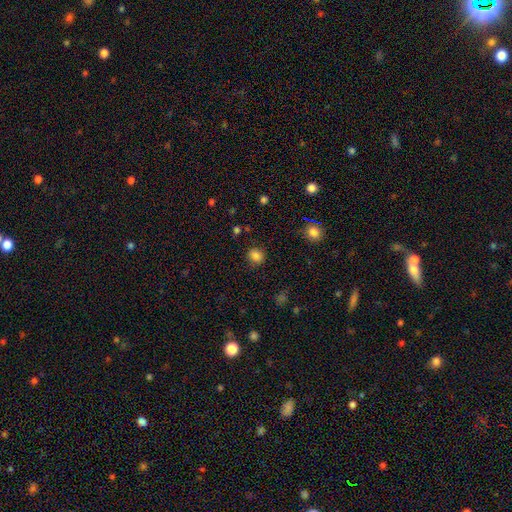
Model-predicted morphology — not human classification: Smooth or featured? Predicted: smooth (p=0.84). How rounded? Predicted: round (p=0.77). Merging? Predicted: none (p=0.86).